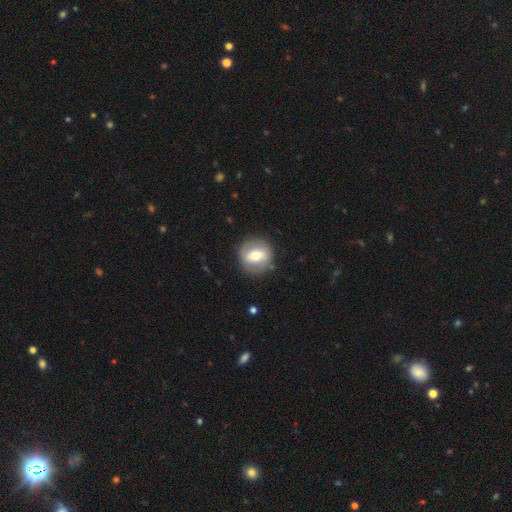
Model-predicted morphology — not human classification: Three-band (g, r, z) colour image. It shows a smooth galaxy with no disk features (52%) that is round (86%). Merging: none (84%).